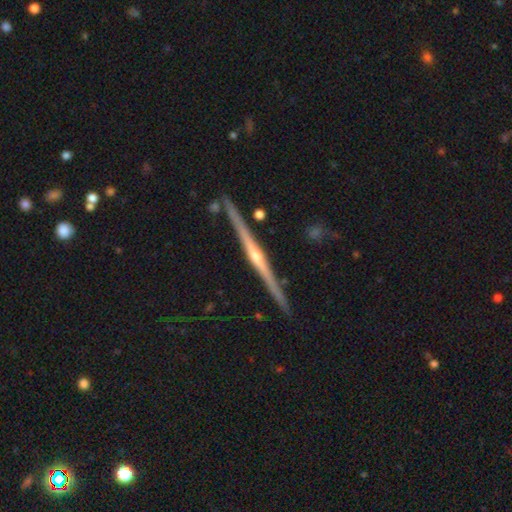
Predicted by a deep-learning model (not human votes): Overall: featured or disk (87%). Edge-on disk: yes (99%). Edge-on bulge: rounded (83%). Merging: none (90%).